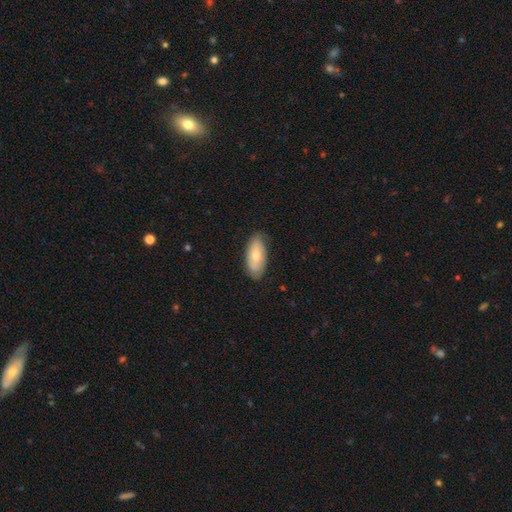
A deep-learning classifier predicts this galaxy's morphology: type=smooth (64%); roundness=in between (90%); merging=none (79%).